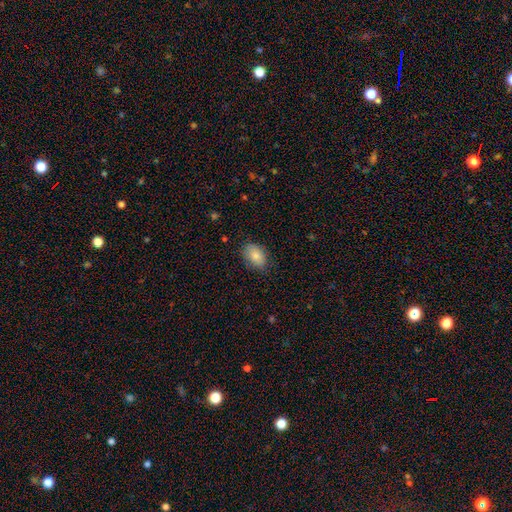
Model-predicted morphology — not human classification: A smooth galaxy with no disk features (85%) that is in between round and cigar-shaped (88%). Merging: none (80%).